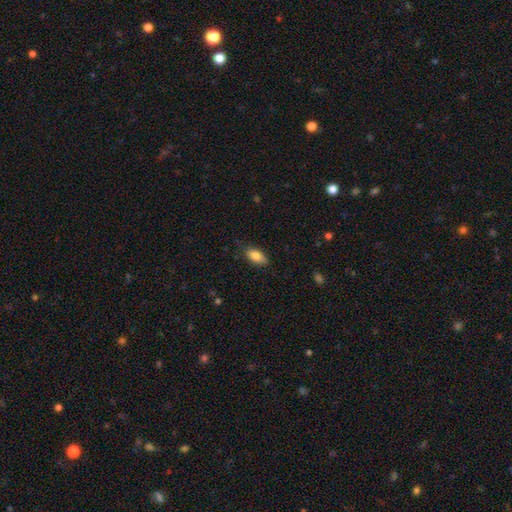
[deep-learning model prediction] This is clearly a smooth galaxy (82%). How rounded: clearly in between (90%). Merging: likely none (79%).